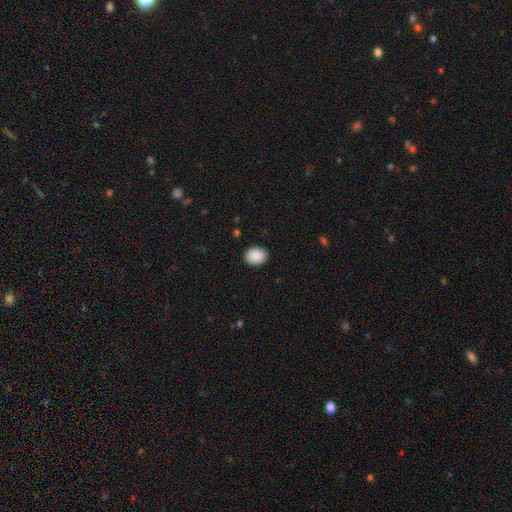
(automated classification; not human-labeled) Smooth or featured?
  - smooth: 90% *
  - star or artifact: 8%
  - featured or disk: 3%
How rounded?
  - round: 57% *
  - in between: 42%
  - cigar-shaped: 1%
Merging?
  - none: 90% *
  - minor disturbance: 8%
  - major disturbance: 2%
  - merger: 1%